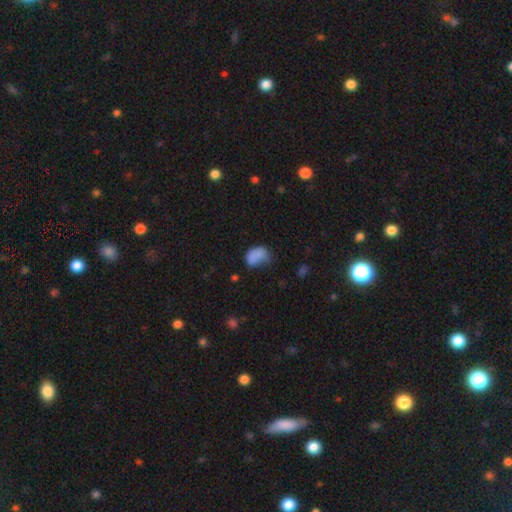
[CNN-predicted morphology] Q: Smooth or featured?
A: smooth (80%); runner-up: star or artifact (10%)
Q: How rounded?
A: in between (83%); runner-up: round (15%)
Q: Merging?
A: minor disturbance (35%); runner-up: none (33%)